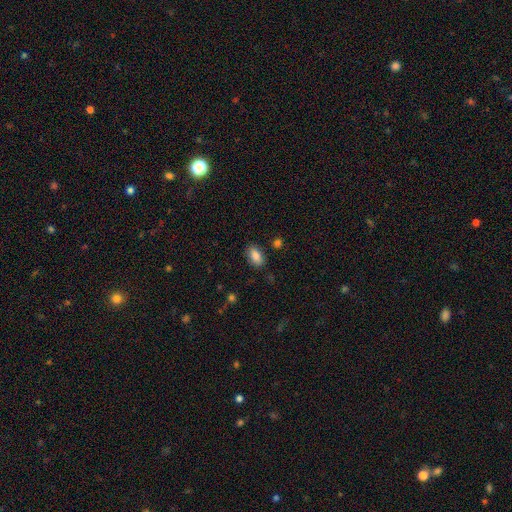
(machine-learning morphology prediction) Smooth or featured: smooth — 84% (featured or disk — 8%)
How rounded: in between — 91% (round — 7%)
Merging: none — 84% (minor disturbance — 11%)